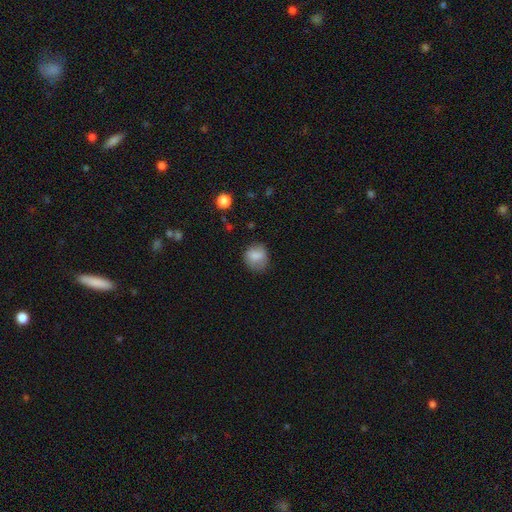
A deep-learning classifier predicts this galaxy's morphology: This appears to be a smooth galaxy with no disk features (81%) that is round (72%). Merging: none (70%).